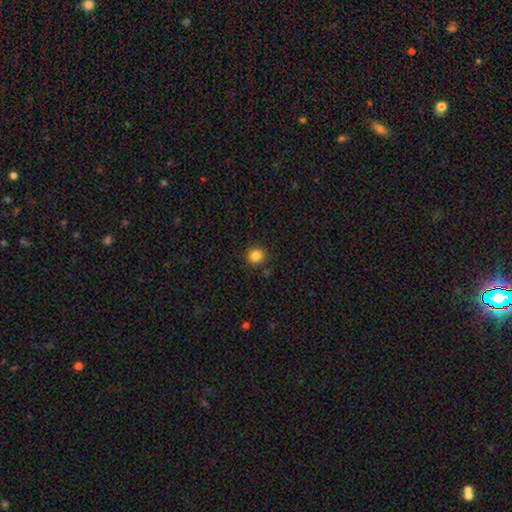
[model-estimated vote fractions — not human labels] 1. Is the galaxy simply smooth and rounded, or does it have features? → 84% smooth, 12% star or artifact, 4% featured or disk.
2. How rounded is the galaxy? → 89% round, 10% in between, 1% cigar-shaped.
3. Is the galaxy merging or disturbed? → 89% none, 7% minor disturbance, 2% major disturbance, 2% merger.